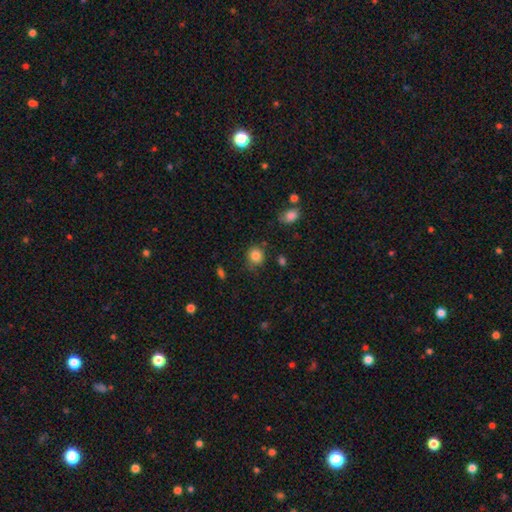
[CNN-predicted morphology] A smooth galaxy with no disk features (84%) that is round (81%).

Vote fractions:
- Smooth or featured? smooth: 84% / star or artifact: 10% / featured or disk: 5%
- How rounded? round: 81% / in between: 18% / cigar-shaped: 1%
- Merging? none: 75% / minor disturbance: 18% / major disturbance: 4% / merger: 3%